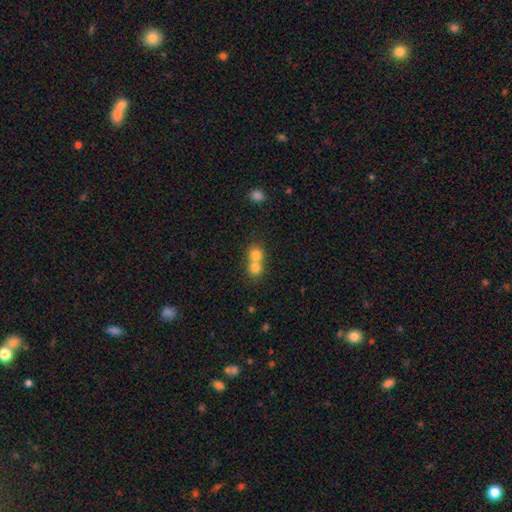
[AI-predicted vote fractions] A smooth galaxy with no disk features (77%) that is round (83%).

Vote fractions:
- Smooth or featured? smooth: 77% / featured or disk: 12% / star or artifact: 11%
- How rounded? round: 83% / in between: 16% / cigar-shaped: 1%
- Merging? merger: 63% / none: 32% / minor disturbance: 4% / major disturbance: 2%